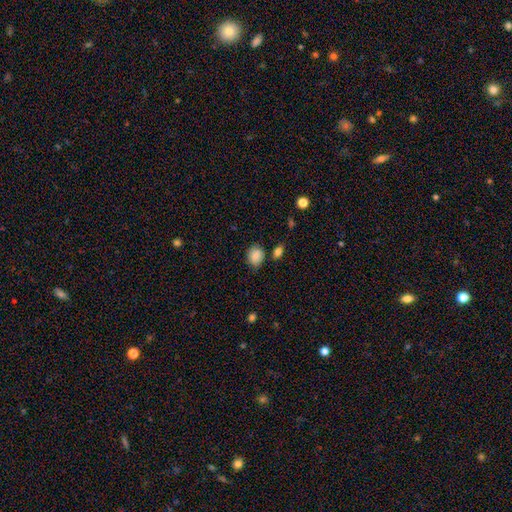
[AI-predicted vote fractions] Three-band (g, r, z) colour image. It shows a smooth galaxy with no disk features (87%) that is round (58%). Merging: none (72%).